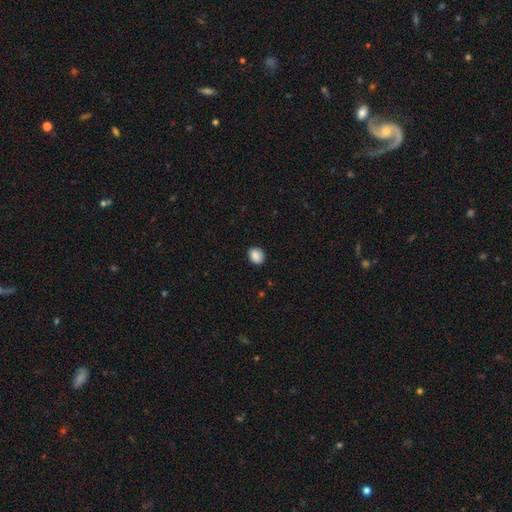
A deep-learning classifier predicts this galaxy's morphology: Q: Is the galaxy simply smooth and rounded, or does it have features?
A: smooth — 87%.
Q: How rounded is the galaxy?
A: round — 55%.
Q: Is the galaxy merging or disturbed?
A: none — 86%.